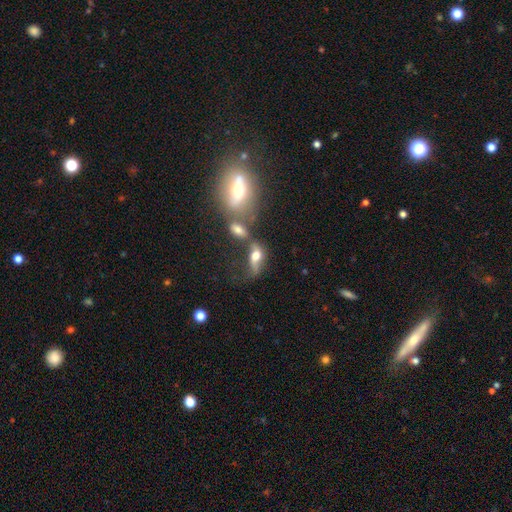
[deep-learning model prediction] Overall: smooth (52%; featured or disk 35%). How rounded: in between (76%). Merging: merger (35%; none 28%).